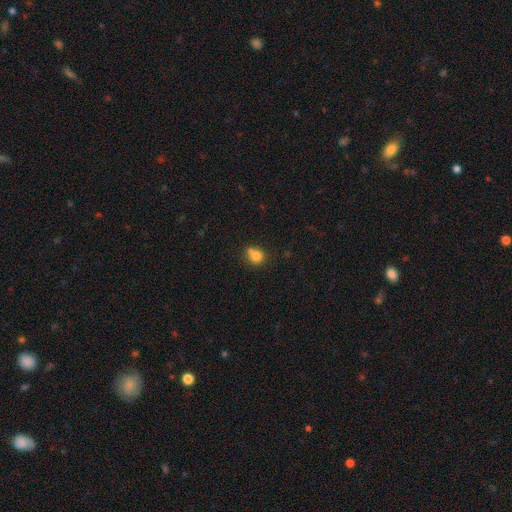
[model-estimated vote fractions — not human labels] A smooth galaxy with no disk features (78%) that is round (74%). Merging: none (47%).